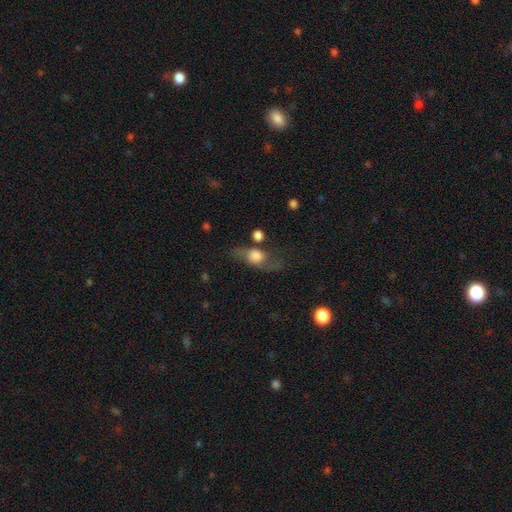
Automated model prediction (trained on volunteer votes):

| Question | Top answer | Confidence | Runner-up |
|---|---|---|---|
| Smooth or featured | smooth | 52% | featured or disk (38%) |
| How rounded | in between | 51% | round (38%) |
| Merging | none | 49% | minor disturbance (22%) |